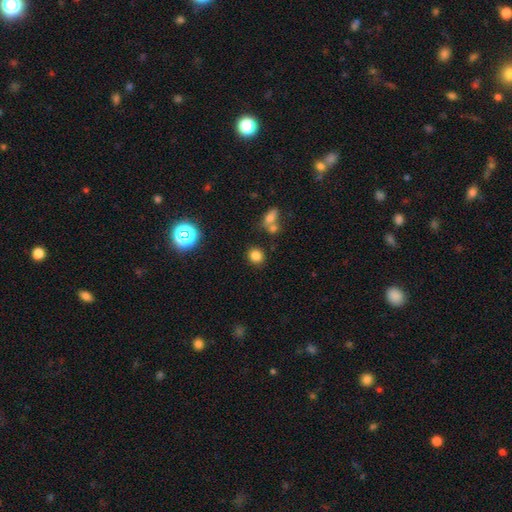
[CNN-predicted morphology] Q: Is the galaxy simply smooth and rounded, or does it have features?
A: smooth — 80%.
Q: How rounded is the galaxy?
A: round — 78%.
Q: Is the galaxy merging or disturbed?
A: none — 83%.